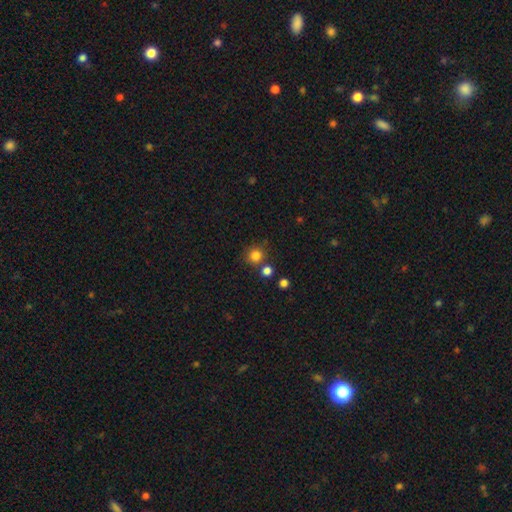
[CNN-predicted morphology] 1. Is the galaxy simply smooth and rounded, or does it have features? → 82% smooth, 13% star or artifact, 5% featured or disk.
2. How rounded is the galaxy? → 91% round, 8% in between, 1% cigar-shaped.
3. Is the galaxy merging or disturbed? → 75% none, 13% merger, 9% minor disturbance, 3% major disturbance.